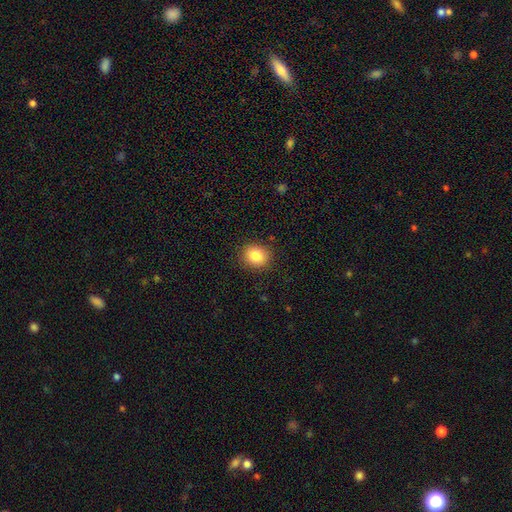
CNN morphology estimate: A smooth galaxy with no disk features (85%) that is round (71%).

Vote fractions:
- Smooth or featured? smooth: 85% / star or artifact: 9% / featured or disk: 6%
- How rounded? round: 71% / in between: 28% / cigar-shaped: 1%
- Merging? none: 88% / minor disturbance: 8% / major disturbance: 3% / merger: 1%